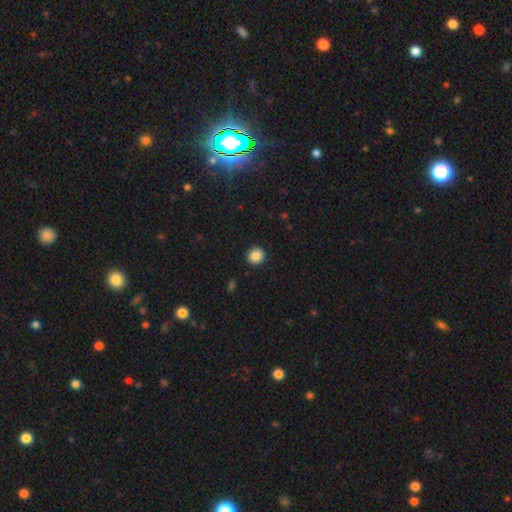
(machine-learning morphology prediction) Smooth or featured: smooth — 87% (star or artifact — 9%)
How rounded: round — 90% (in between — 9%)
Merging: none — 93% (minor disturbance — 5%)